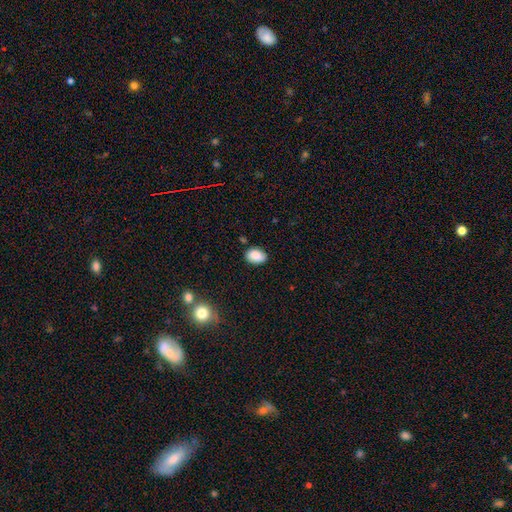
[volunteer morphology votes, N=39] smooth-or-featured: smooth: 92% | star or artifact: 5% | featured or disk: 3%
  how-rounded: in between: 75% | round: 25% | cigar-shaped: 0%
  merging: none: 78% | minor disturbance: 14% | major disturbance: 5% | merger: 3%